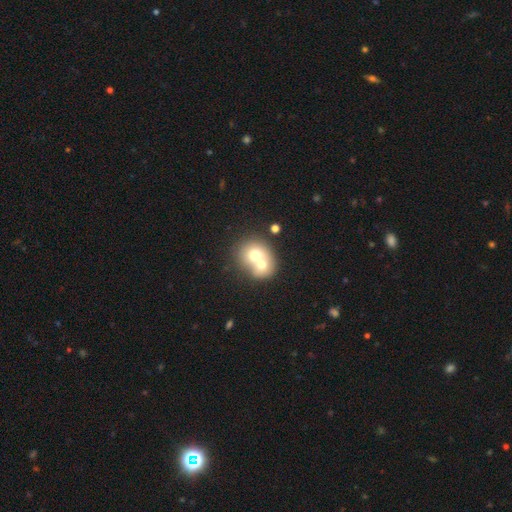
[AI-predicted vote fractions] A smooth galaxy with no disk features (65%) that is round (70%).

Vote fractions:
- Smooth or featured? smooth: 65% / featured or disk: 26% / star or artifact: 9%
- How rounded? round: 70% / in between: 29% / cigar-shaped: 1%
- Merging? merger: 70% / none: 22% / minor disturbance: 5% / major disturbance: 3%